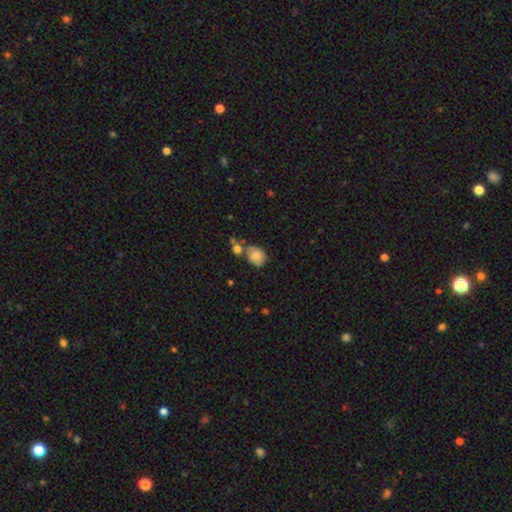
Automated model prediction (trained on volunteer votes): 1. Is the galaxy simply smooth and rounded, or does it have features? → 71% smooth, 19% featured or disk, 9% star or artifact.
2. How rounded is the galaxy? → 62% in between, 37% round, 1% cigar-shaped.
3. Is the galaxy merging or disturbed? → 40% none, 31% merger, 21% minor disturbance, 8% major disturbance.